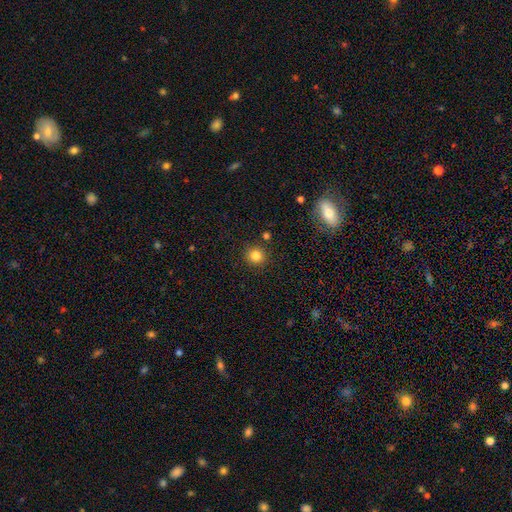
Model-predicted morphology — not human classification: Smooth or featured? smooth (83%)
How rounded? round (92%)
Merging? none (87%)